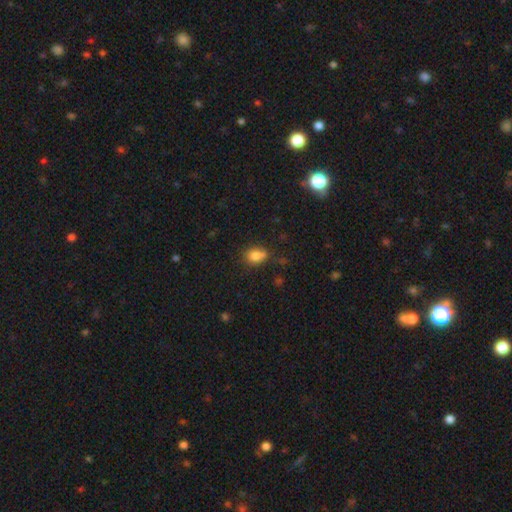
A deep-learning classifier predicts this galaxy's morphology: Q: Smooth or featured?
A: smooth (79%); runner-up: star or artifact (12%)
Q: How rounded?
A: in between (55%); runner-up: round (44%)
Q: Merging?
A: none (52%); runner-up: minor disturbance (24%)